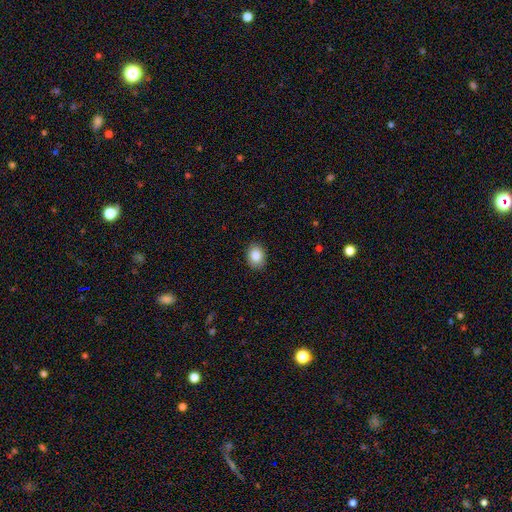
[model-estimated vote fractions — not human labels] This appears to be a smooth galaxy with no disk features (86%) that is in between round and cigar-shaped (63%). Merging: none (89%).